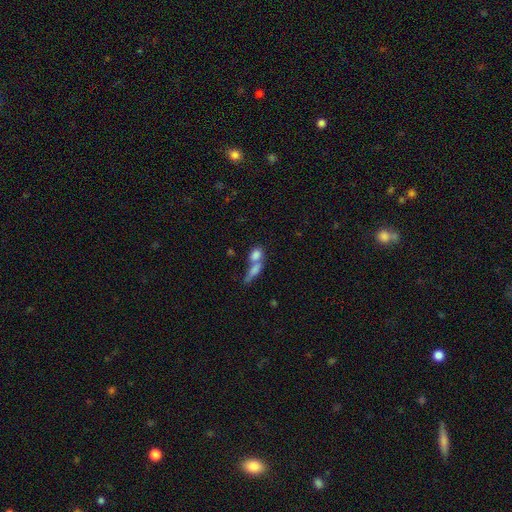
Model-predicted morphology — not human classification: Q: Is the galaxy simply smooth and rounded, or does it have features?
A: smooth — 77%.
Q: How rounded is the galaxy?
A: in between — 64%.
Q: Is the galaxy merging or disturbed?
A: merger — 61%.